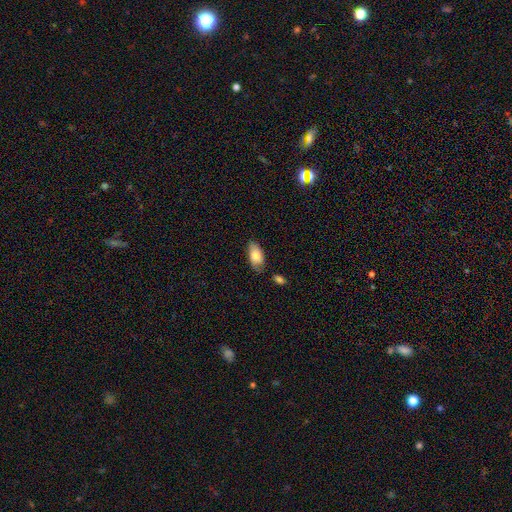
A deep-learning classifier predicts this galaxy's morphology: A smooth galaxy with no disk features (79%) that is in between round and cigar-shaped (93%).

Vote fractions:
- Smooth or featured? smooth: 79% / featured or disk: 14% / star or artifact: 7%
- How rounded? in between: 93% / cigar-shaped: 4% / round: 3%
- Merging? none: 68% / minor disturbance: 22% / merger: 5% / major disturbance: 4%